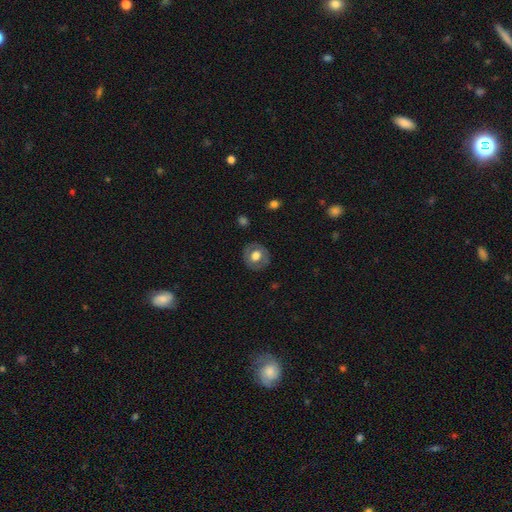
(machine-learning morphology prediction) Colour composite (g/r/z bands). It shows a smooth galaxy with no disk features (59%) that is round (79%). Merging: none (84%).